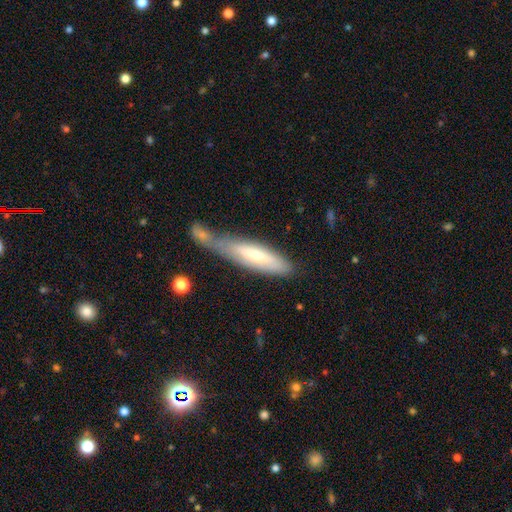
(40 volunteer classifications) Smooth or featured?
  - smooth: 55% *
  - featured or disk: 40%
  - star or artifact: 5%
How rounded?
  - in between: 55% *
  - cigar-shaped: 45%
  - round: 0%
Merging?
  - merger: 37% *
  - none: 32%
  - minor disturbance: 26%
  - major disturbance: 5%